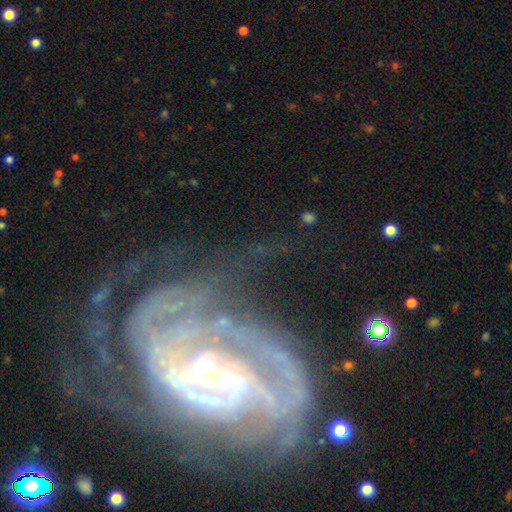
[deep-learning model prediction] smooth-or-featured: featured or disk: 87% | star or artifact: 8% | smooth: 5%
  disk-edge-on: no: 97% | yes: 3%
    bar: weak: 39% | strong: 34% | no: 27%
    has-spiral-arms: yes: 94% | no: 6%
      spiral-winding: tight: 50% | medium: 37% | loose: 13%
      spiral-arm-count: 2: 30% | can't tell: 25% | 3: 17% | 4: 10% | 1: 9% | more than 4: 8%
    bulge-size: small: 69% | moderate: 20% | none: 7% | large: 3% | dominant: 1%
  merging: none: 46% | major disturbance: 29% | minor disturbance: 18% | merger: 7%